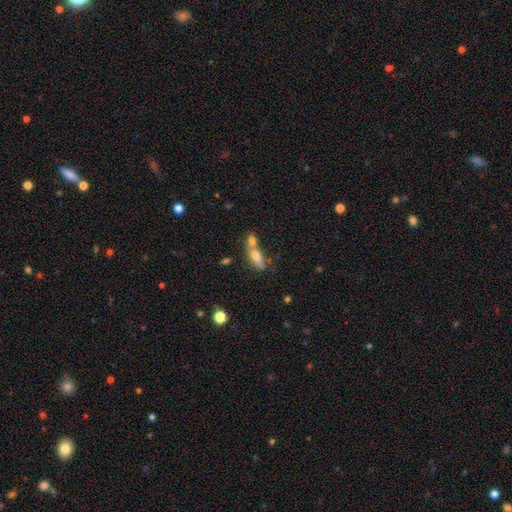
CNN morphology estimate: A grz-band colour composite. It shows a smooth galaxy with no disk features (63%) that is in between round and cigar-shaped (64%). Merging: merger (54%).